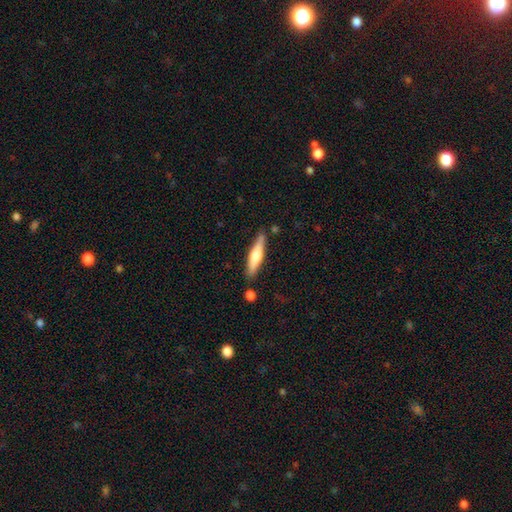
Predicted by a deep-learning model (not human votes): A smooth galaxy with no disk features (52%) that is cigar-shaped (83%). Merging: none (83%).